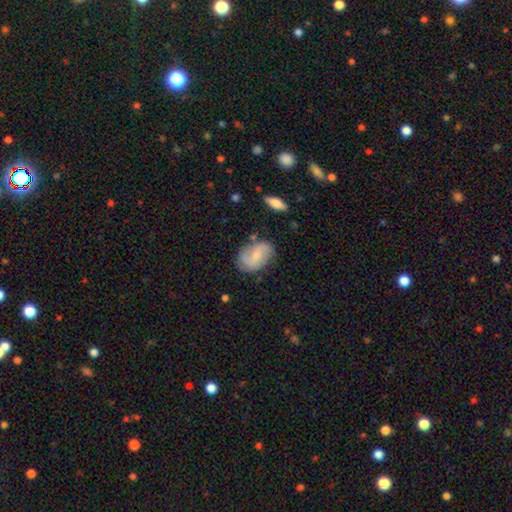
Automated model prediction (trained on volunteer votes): Smooth or featured: featured or disk — 58% (smooth — 36%)
Edge-on disk: no — 97% (yes — 3%)
Bar: weak — 46% (no — 44%)
Spiral arms: yes — 89% (no — 11%)
Bulge size: small — 49% (moderate — 29%)
Merging: none — 73% (minor disturbance — 19%)